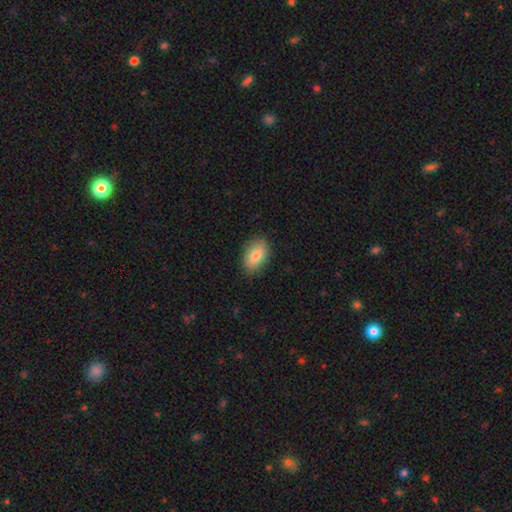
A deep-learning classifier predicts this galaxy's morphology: A smooth galaxy with no disk features (79%) that is in between round and cigar-shaped (89%).

Vote fractions:
- Smooth or featured? smooth: 79% / featured or disk: 14% / star or artifact: 7%
- How rounded? in between: 89% / round: 9% / cigar-shaped: 2%
- Merging? none: 85% / minor disturbance: 12% / major disturbance: 2% / merger: 1%